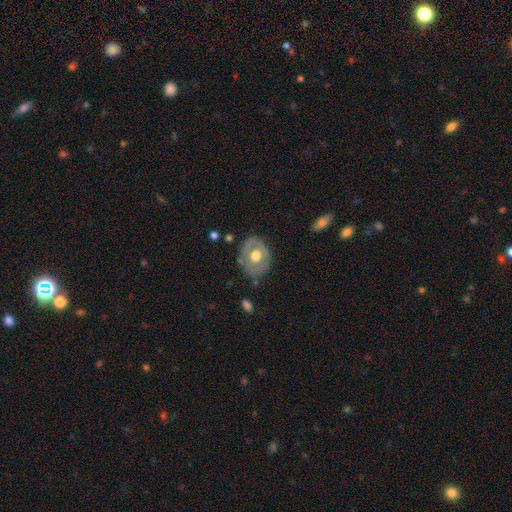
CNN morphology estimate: This appears to be a featured or disk galaxy (52%). Merging: none (72%).